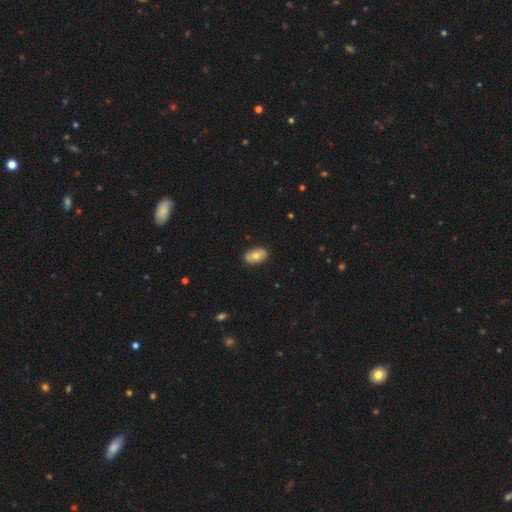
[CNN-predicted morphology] Smooth or featured: smooth — 73% (featured or disk — 20%)
How rounded: in between — 92% (round — 6%)
Merging: none — 87% (minor disturbance — 10%)